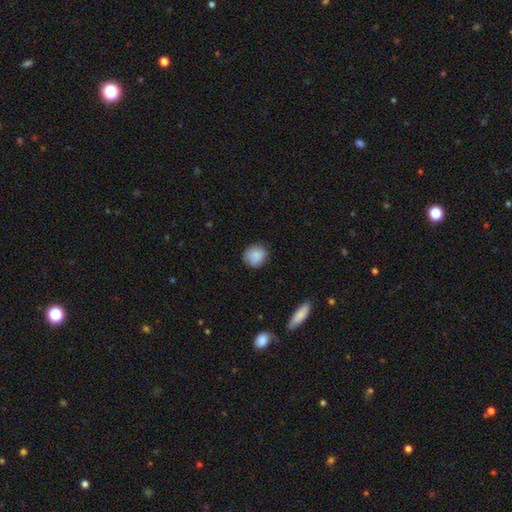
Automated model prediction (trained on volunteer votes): Smooth or featured? Predicted: smooth (p=0.86). How rounded? Predicted: round (p=0.83). Merging? Predicted: none (p=0.80).